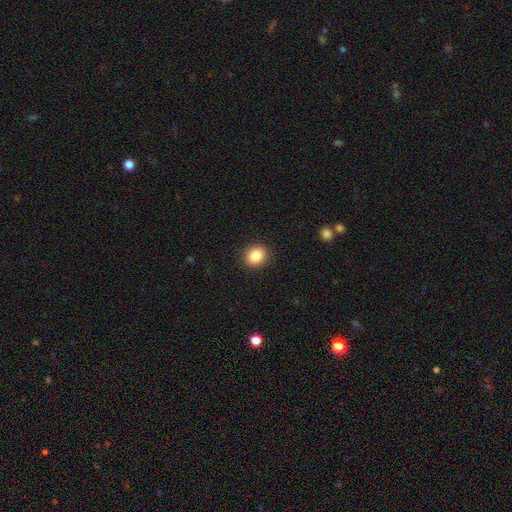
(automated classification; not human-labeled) smooth-or-featured: smooth: 86% | star or artifact: 9% | featured or disk: 5%
  how-rounded: round: 74% | in between: 25% | cigar-shaped: 1%
  merging: none: 91% | minor disturbance: 6% | major disturbance: 2% | merger: 1%